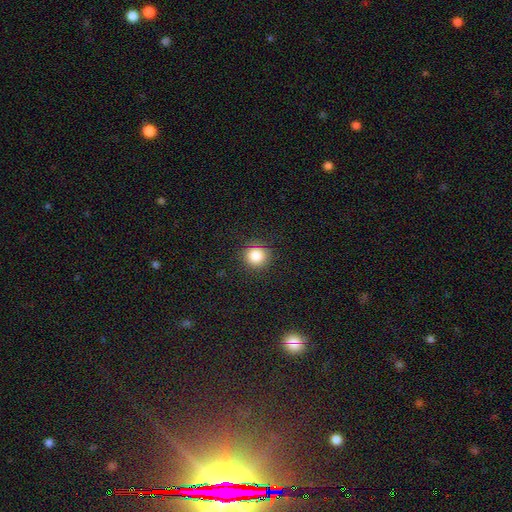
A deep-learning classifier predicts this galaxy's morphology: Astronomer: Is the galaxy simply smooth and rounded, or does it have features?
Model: smooth — 84%.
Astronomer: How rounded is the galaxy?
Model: round — 94%.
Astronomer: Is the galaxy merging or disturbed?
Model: none — 89%.